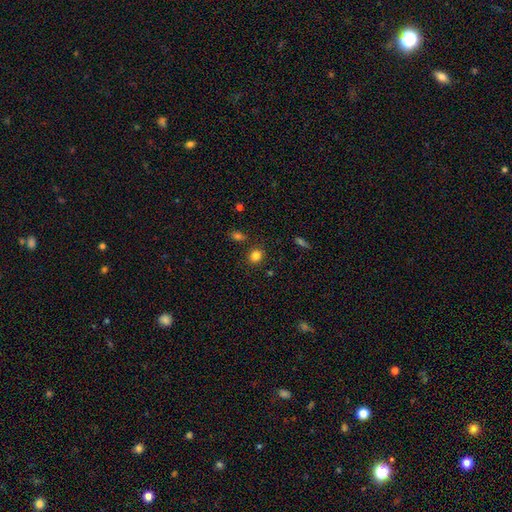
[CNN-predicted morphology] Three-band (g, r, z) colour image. It shows a smooth galaxy with no disk features (83%) that is round (68%). Merging: none (84%).